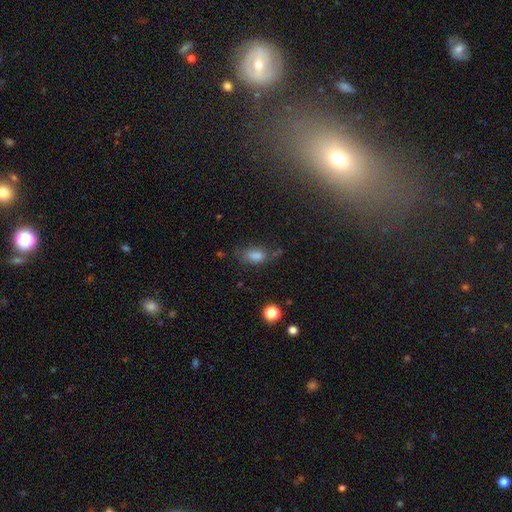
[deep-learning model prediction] smooth-or-featured: smooth: 73% | star or artifact: 15% | featured or disk: 12%
  how-rounded: in between: 84% | round: 9% | cigar-shaped: 6%
  merging: none: 56% | minor disturbance: 26% | major disturbance: 13% | merger: 5%